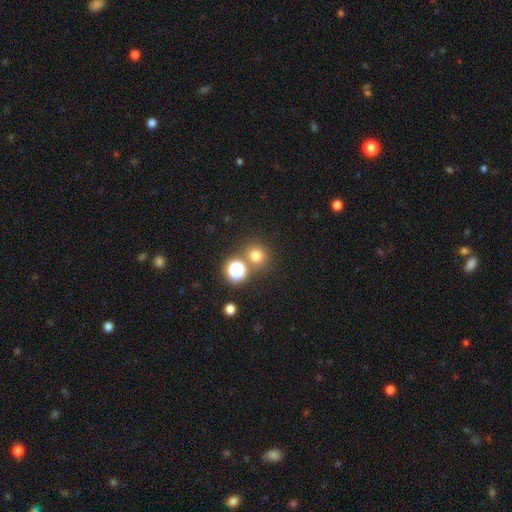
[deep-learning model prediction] Smooth or featured: smooth — 72% (star or artifact — 22%)
How rounded: round — 90% (in between — 9%)
Merging: none — 76% (merger — 14%)